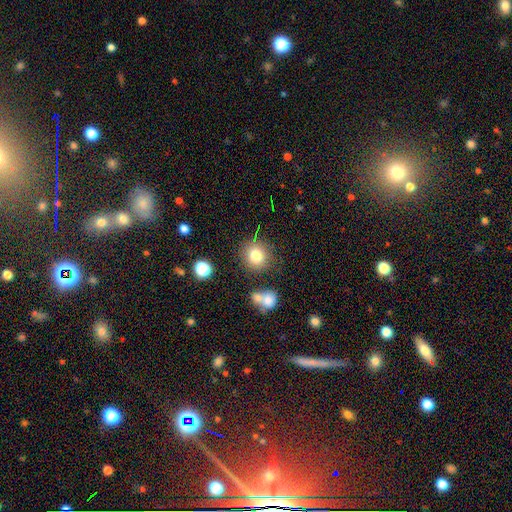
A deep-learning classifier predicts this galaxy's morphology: A smooth galaxy with no disk features (78%) that is round (90%). Merging: none (78%).